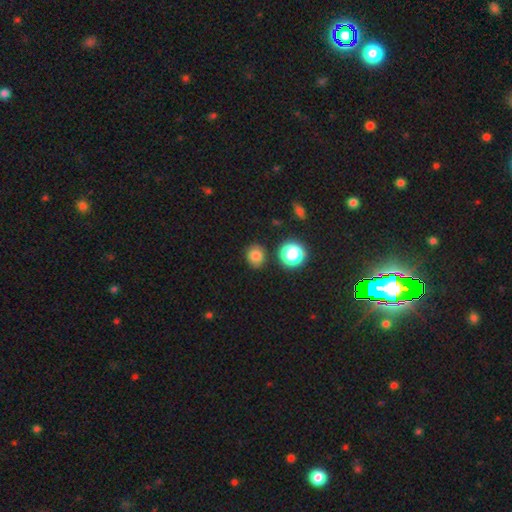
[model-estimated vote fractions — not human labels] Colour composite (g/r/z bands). It shows a smooth galaxy with no disk features (79%) that is round (70%). Merging: none (81%).